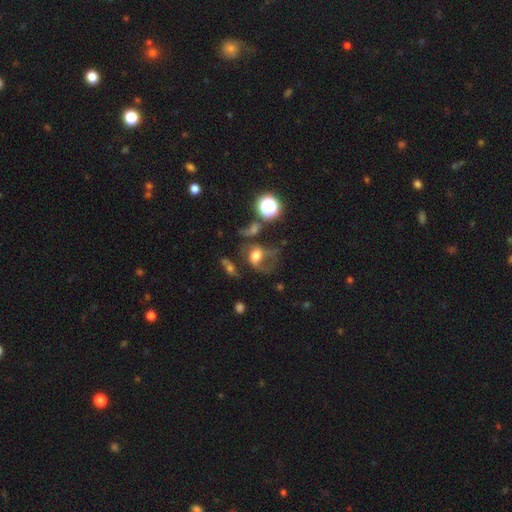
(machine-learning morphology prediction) A featured or disk galaxy (43%).

Vote fractions:
- Smooth or featured? featured or disk: 43% / smooth: 42% / star or artifact: 16%
- Merging? major disturbance: 40% / none: 29% / minor disturbance: 17% / merger: 13%